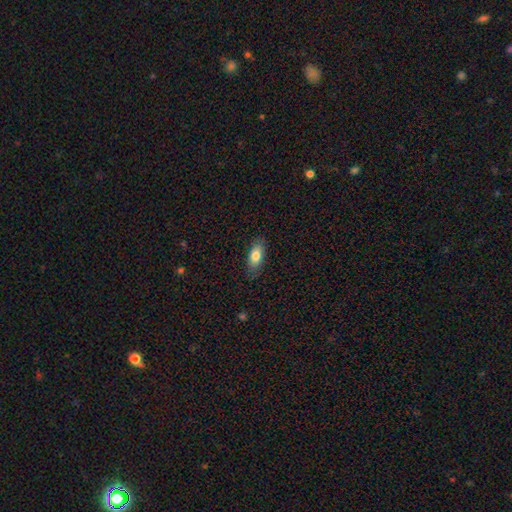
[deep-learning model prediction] Smooth or featured? Predicted: smooth (p=0.80). How rounded? Predicted: in between (p=0.83). Merging? Predicted: none (p=0.84).